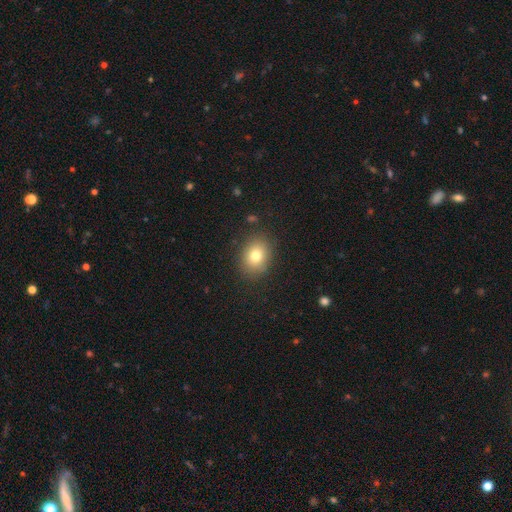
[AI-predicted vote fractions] Smooth or featured?
  - smooth: 78% *
  - featured or disk: 11%
  - star or artifact: 11%
How rounded?
  - in between: 52% *
  - round: 47%
  - cigar-shaped: 1%
Merging?
  - none: 86% *
  - minor disturbance: 9%
  - major disturbance: 3%
  - merger: 1%